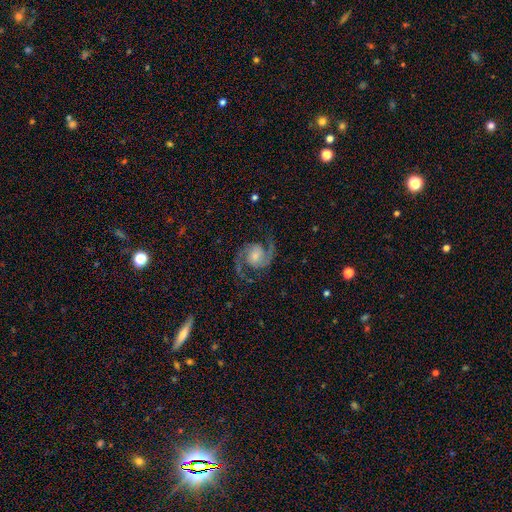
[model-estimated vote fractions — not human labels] This appears to be a featured or disk galaxy (92%) with no bar (61%), 2 (95%) medium (60%) spiral arms (98%) and a moderate central bulge (40%). Merging: none (82%).